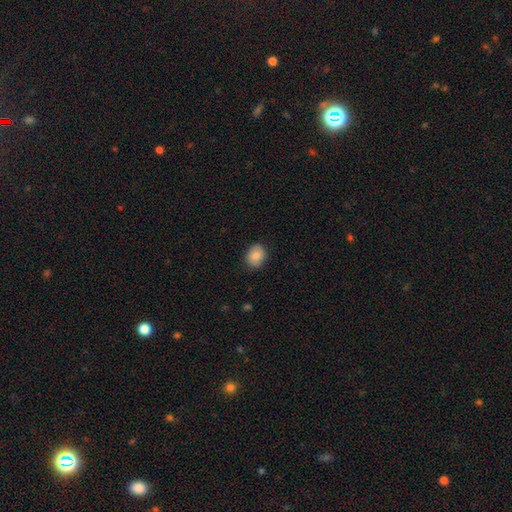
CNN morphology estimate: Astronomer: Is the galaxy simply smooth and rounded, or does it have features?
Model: smooth — 85%.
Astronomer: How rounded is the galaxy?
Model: round — 54% (runner-up: in between, 45%).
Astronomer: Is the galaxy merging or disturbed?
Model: none — 85%.